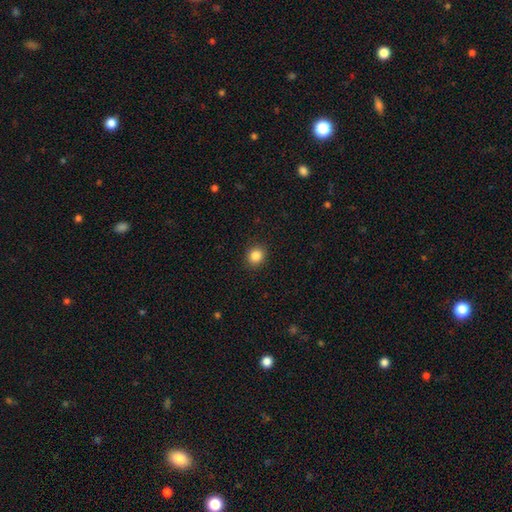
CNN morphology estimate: smooth-or-featured: smooth: 85% | star or artifact: 11% | featured or disk: 4%
  how-rounded: round: 84% | in between: 15% | cigar-shaped: 1%
  merging: none: 91% | minor disturbance: 6% | major disturbance: 2% | merger: 1%